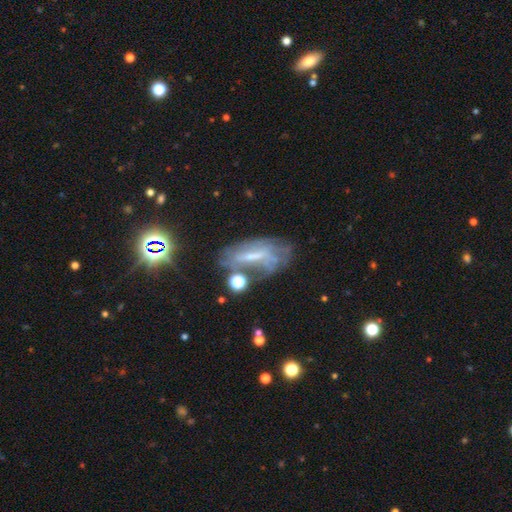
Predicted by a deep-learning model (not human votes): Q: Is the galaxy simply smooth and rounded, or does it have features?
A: featured or disk — 59%.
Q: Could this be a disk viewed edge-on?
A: no — 81%.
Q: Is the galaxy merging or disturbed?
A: none — 48%.